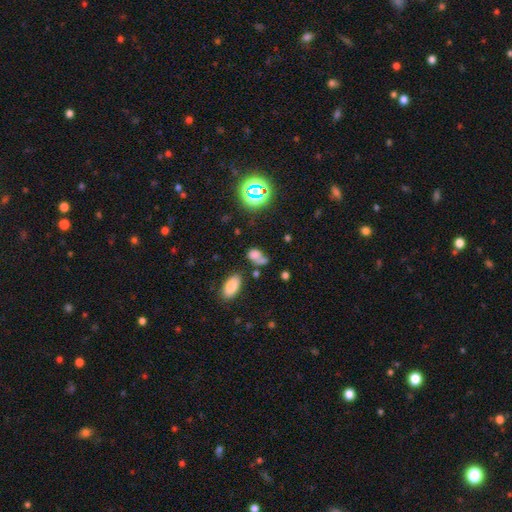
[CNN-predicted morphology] Overall: smooth (64%). How rounded: in between (75%). Merging: none (33%; merger 29%).